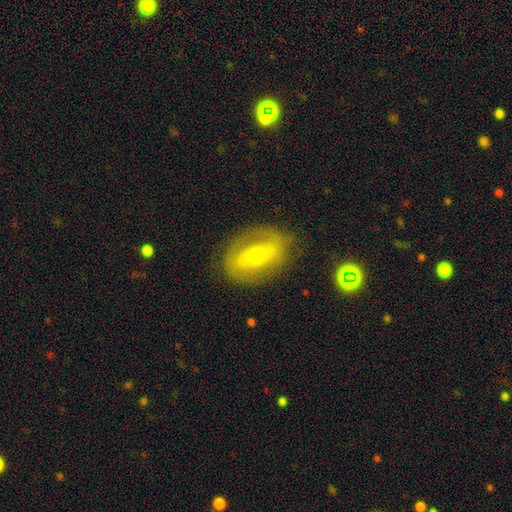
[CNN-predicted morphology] Q: Smooth or featured?
A: featured or disk (67%); runner-up: smooth (26%)
Q: Edge-on disk?
A: no (88%); runner-up: yes (12%)
Q: Bar?
A: strong (49%); runner-up: weak (29%)
Q: Spiral arms?
A: no (51%); runner-up: yes (49%)
Q: Bulge size?
A: moderate (51%); runner-up: small (45%)
Q: Merging?
A: none (77%); runner-up: minor disturbance (14%)